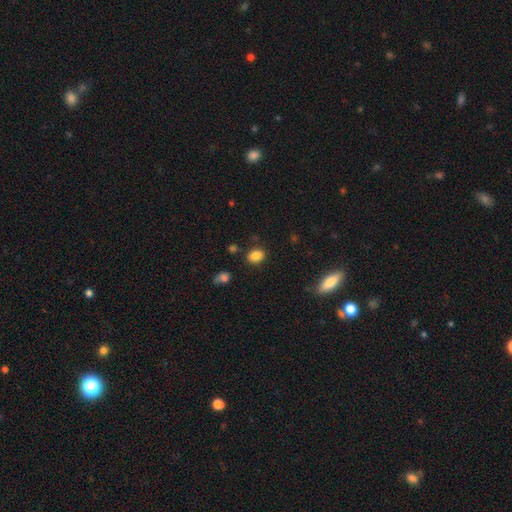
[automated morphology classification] A smooth galaxy with no disk features (85%) that is in between round and cigar-shaped (65%).

Vote fractions:
- Smooth or featured? smooth: 85% / star or artifact: 10% / featured or disk: 5%
- How rounded? in between: 65% / round: 34% / cigar-shaped: 1%
- Merging? none: 83% / minor disturbance: 11% / merger: 3% / major disturbance: 3%